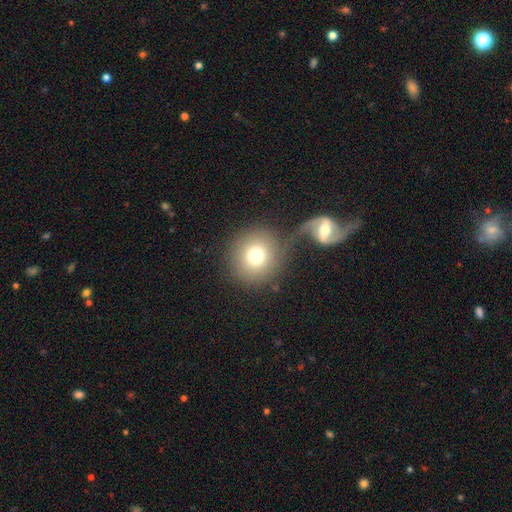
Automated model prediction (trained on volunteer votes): Smooth or featured? smooth (76%)
How rounded? round (89%)
Merging? none (60%)